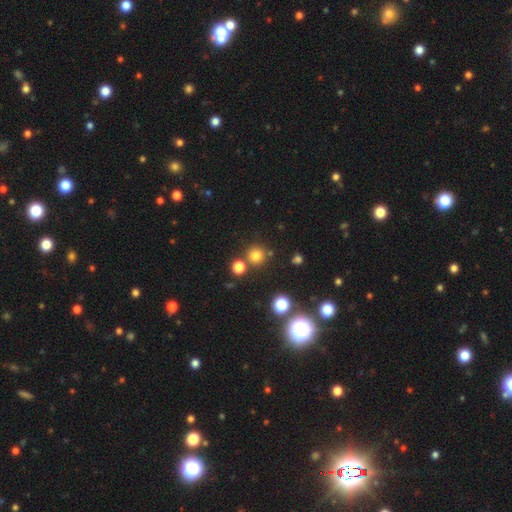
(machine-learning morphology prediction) Smooth or featured? Predicted: smooth (p=0.75). How rounded? Predicted: round (p=0.94). Merging? Predicted: none (p=0.78).